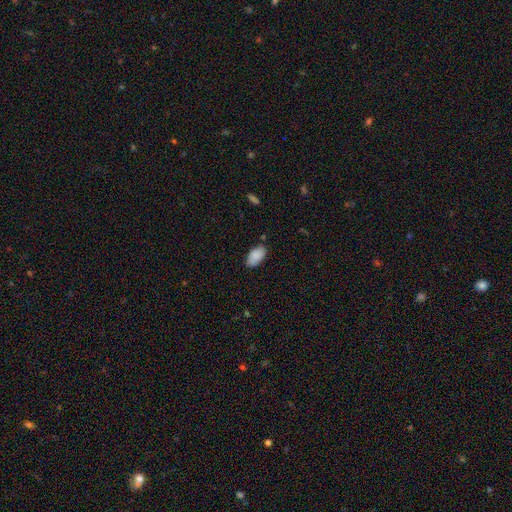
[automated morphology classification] This appears to be a smooth galaxy with no disk features (88%) that is in between round and cigar-shaped (95%). Merging: none (81%).